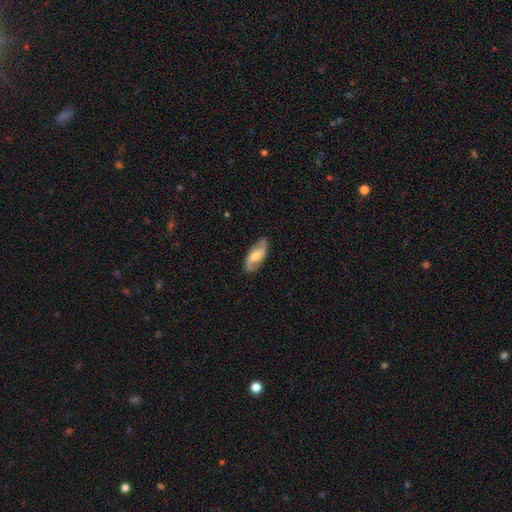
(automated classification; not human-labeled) Smooth or featured? featured or disk (67%)
Edge-on disk? no (92%)
Bar? weak (45%)
Spiral arms? yes (90%)
Spiral winding? loose (48%)
Spiral arm count? 2 (90%)
Bulge size? moderate (56%)
Merging? none (85%)